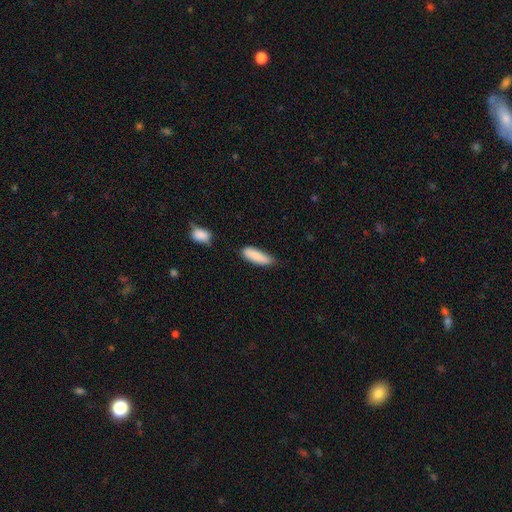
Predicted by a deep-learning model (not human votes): This is clearly a smooth galaxy (86%). How rounded: possibly in between (53%). Merging: likely none (64%).